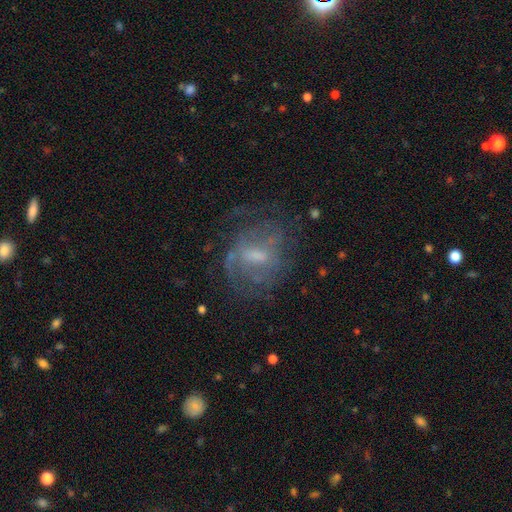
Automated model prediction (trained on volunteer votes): Smooth or featured? Predicted: featured or disk (p=0.69). Edge-on disk? Predicted: no (p=0.96). Bar? Predicted: weak (p=0.53). Spiral arms? Predicted: yes (p=0.69). Bulge size? Predicted: moderate (p=0.41). Merging? Predicted: none (p=0.55).